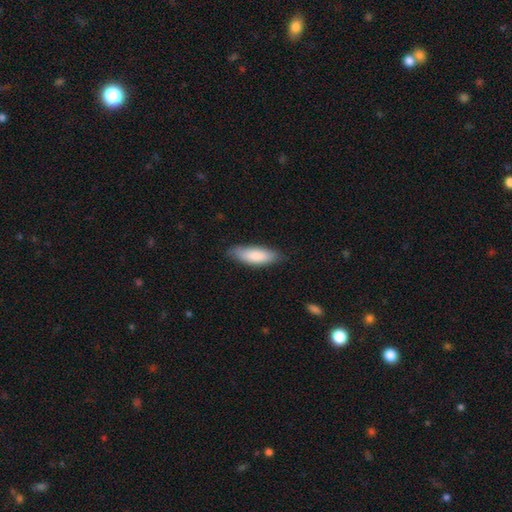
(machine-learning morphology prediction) Smooth or featured?
  - smooth: 83% *
  - featured or disk: 11%
  - star or artifact: 5%
How rounded?
  - in between: 62% *
  - cigar-shaped: 36%
  - round: 2%
Merging?
  - none: 81% *
  - minor disturbance: 16%
  - major disturbance: 3%
  - merger: 1%